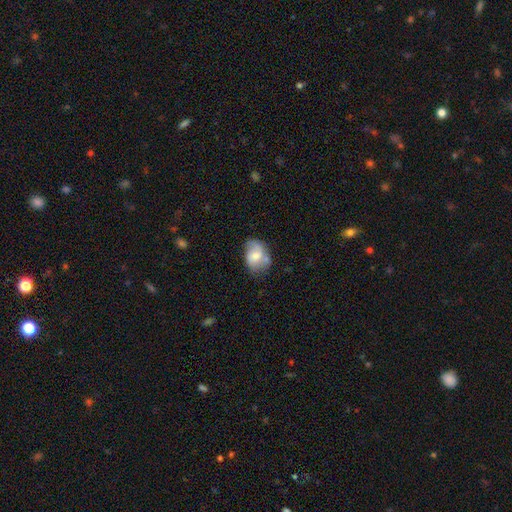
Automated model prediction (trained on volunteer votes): Overall: smooth (59%; featured or disk 34%). How rounded: in between (72%). Merging: none (50%; minor disturbance 29%).